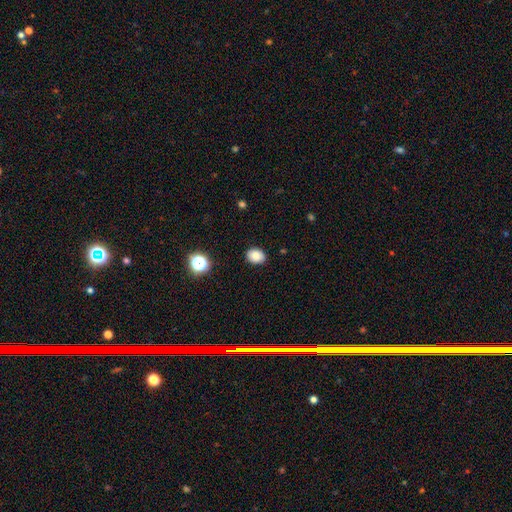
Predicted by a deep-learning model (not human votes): Q: Smooth or featured?
A: smooth (84%); runner-up: star or artifact (11%)
Q: How rounded?
A: in between (62%); runner-up: round (37%)
Q: Merging?
A: none (87%); runner-up: minor disturbance (9%)